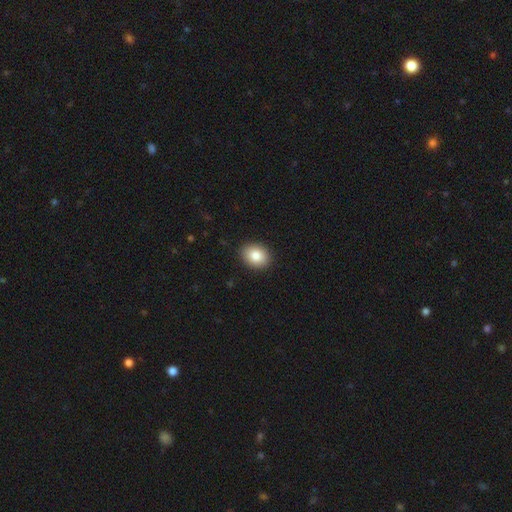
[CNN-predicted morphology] smooth_or_featured: smooth (p=0.85) [alt: star or artifact p=0.08]
how_rounded: in between (p=0.60) [alt: round p=0.39]
merging: none (p=0.91) [alt: minor disturbance p=0.07]